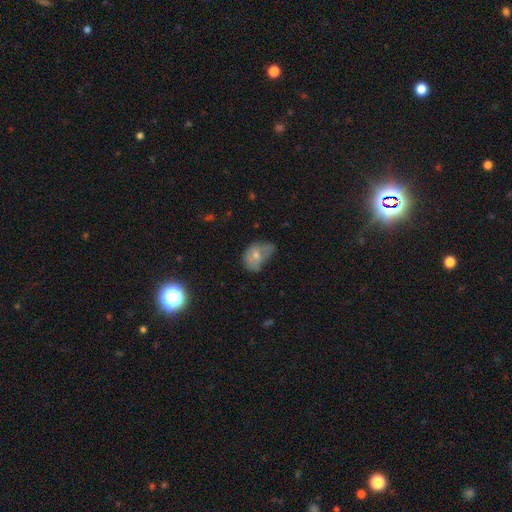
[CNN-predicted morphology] smooth-or-featured: smooth: 65% | featured or disk: 25% | star or artifact: 10%
  how-rounded: in between: 76% | round: 22% | cigar-shaped: 1%
  merging: minor disturbance: 39% | major disturbance: 27% | none: 27% | merger: 7%